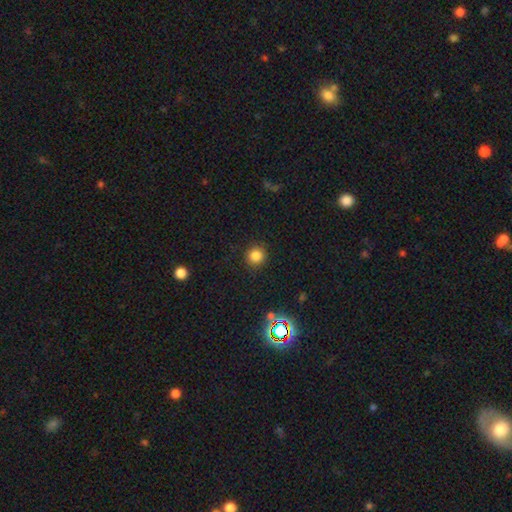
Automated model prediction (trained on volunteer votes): Smooth or featured? smooth (82%)
How rounded? round (93%)
Merging? none (90%)